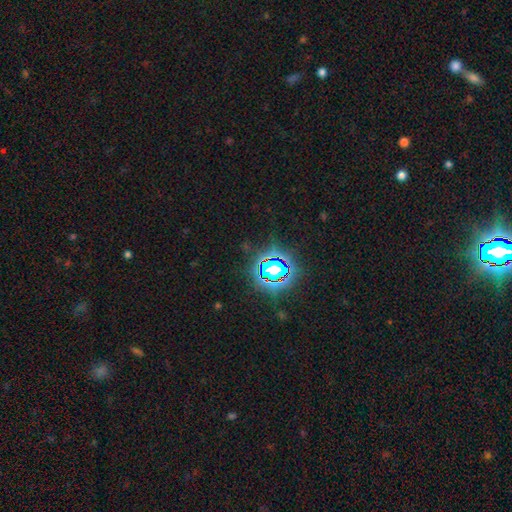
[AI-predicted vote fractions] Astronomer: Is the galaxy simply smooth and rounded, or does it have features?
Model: star or artifact — 81%.